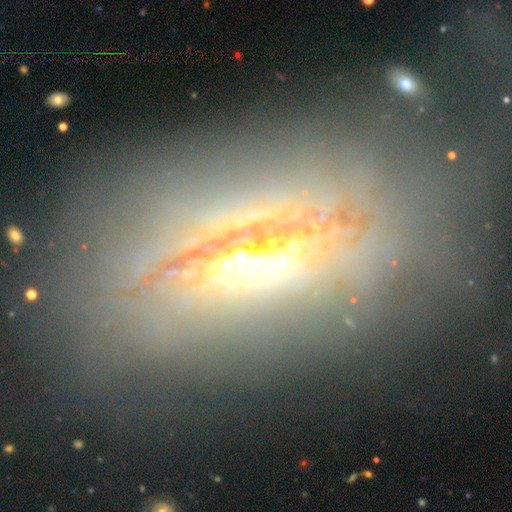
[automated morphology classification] A featured or disk galaxy (66%). Merging: none (64%).